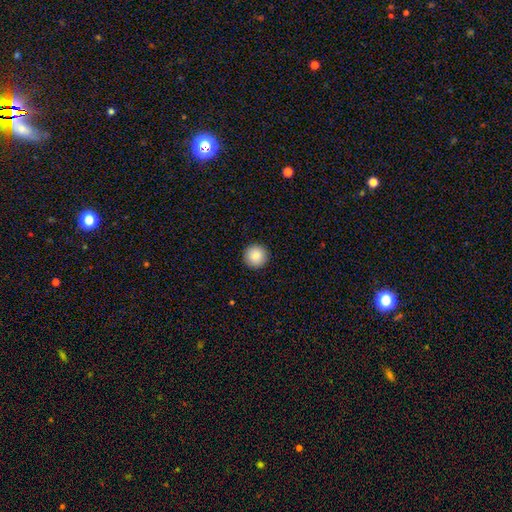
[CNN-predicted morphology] smooth-or-featured: smooth: 88% | star or artifact: 8% | featured or disk: 4%
  how-rounded: round: 96% | in between: 3% | cigar-shaped: 1%
  merging: none: 93% | minor disturbance: 4% | major disturbance: 1% | merger: 1%